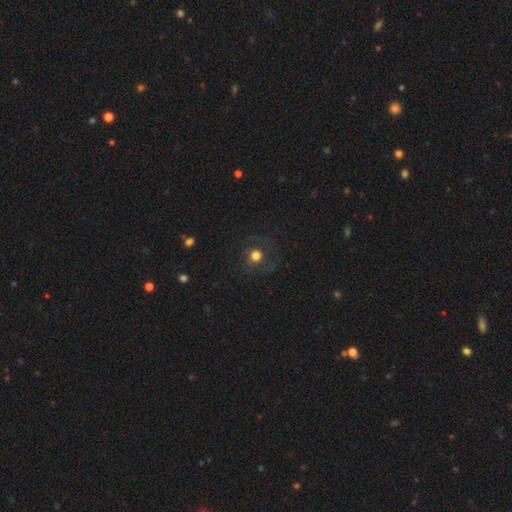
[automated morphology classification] Q: Smooth or featured?
A: smooth (60%); runner-up: featured or disk (23%)
Q: How rounded?
A: round (89%); runner-up: in between (10%)
Q: Merging?
A: none (75%); runner-up: minor disturbance (13%)